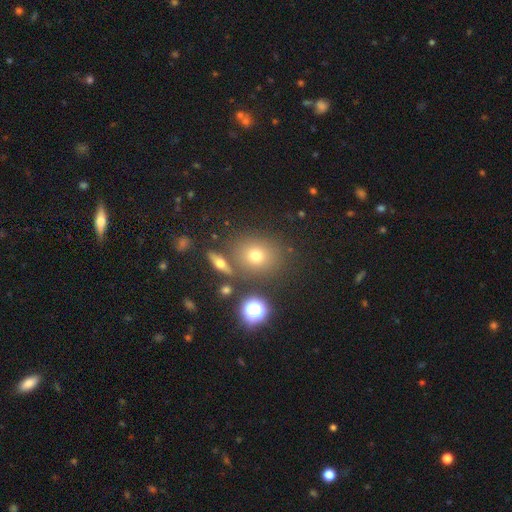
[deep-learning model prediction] Overall: smooth (64%). How rounded: round (69%). Merging: none (77%).